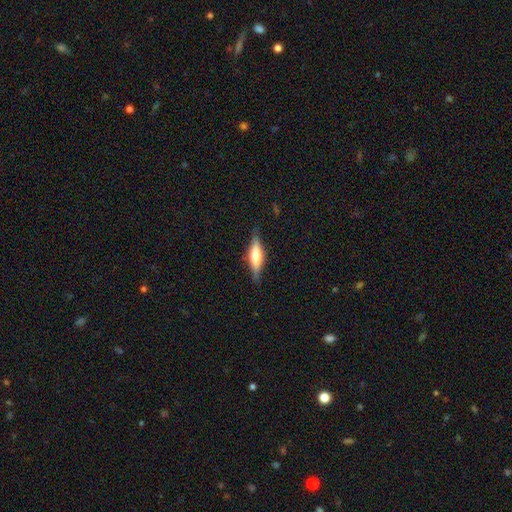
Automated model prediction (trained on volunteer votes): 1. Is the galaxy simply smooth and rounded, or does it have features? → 54% featured or disk, 39% smooth, 7% star or artifact.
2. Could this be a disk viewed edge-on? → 94% yes, 6% no.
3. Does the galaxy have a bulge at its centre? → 74% rounded, 21% boxy, 5% none.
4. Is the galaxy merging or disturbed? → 83% none, 12% minor disturbance, 3% major disturbance, 1% merger.